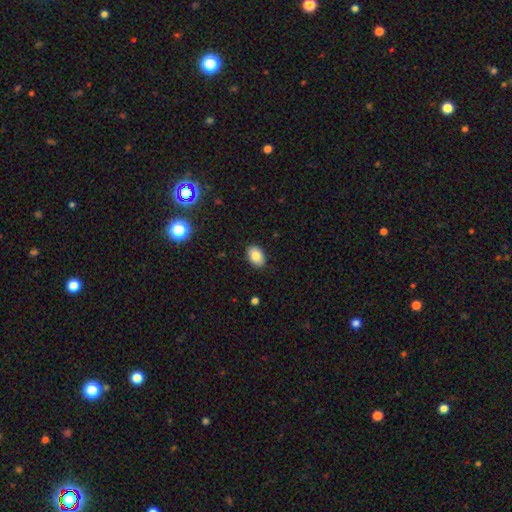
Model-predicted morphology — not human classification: Smooth or featured: smooth — 84% (star or artifact — 9%)
How rounded: in between — 87% (round — 12%)
Merging: none — 88% (minor disturbance — 9%)